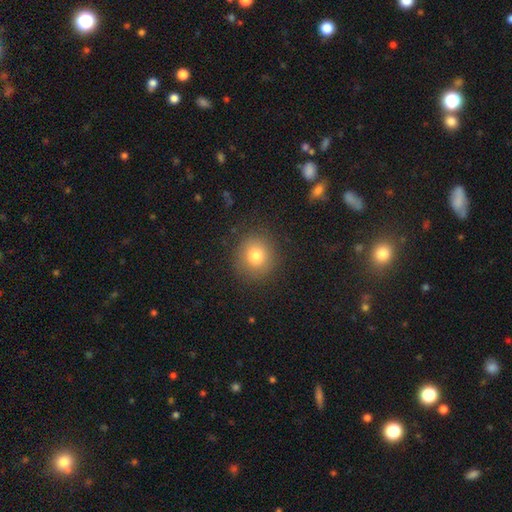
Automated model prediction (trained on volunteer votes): Smooth or featured: smooth — 78% (star or artifact — 12%)
How rounded: round — 88% (in between — 11%)
Merging: none — 86% (minor disturbance — 9%)